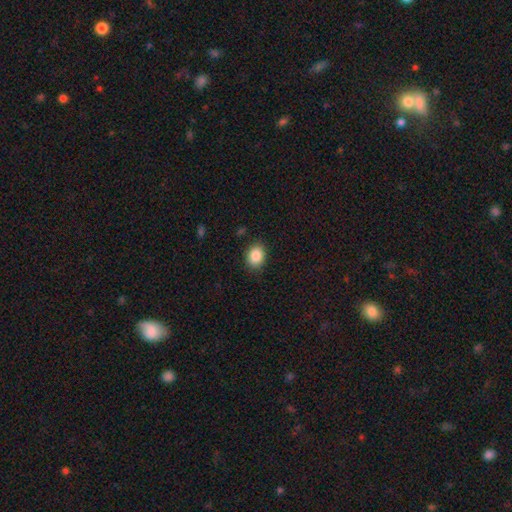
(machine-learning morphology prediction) Overall: smooth (87%). How rounded: in between (51%; round 48%). Merging: none (86%).